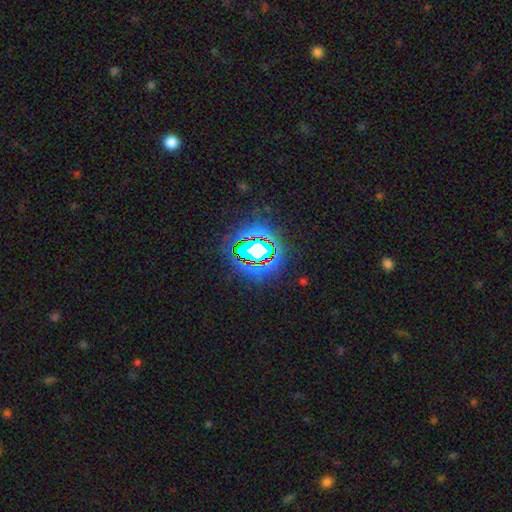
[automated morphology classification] smooth-or-featured: star or artifact: 70% | smooth: 17% | featured or disk: 13%